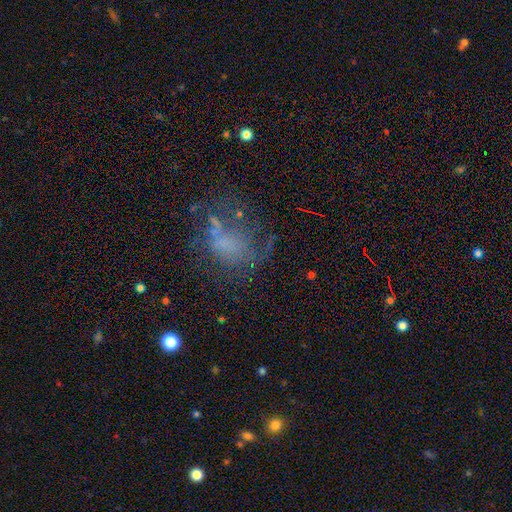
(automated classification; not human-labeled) Overall: featured or disk (36%; smooth 35%). Merging: none (42%; major disturbance 33%).